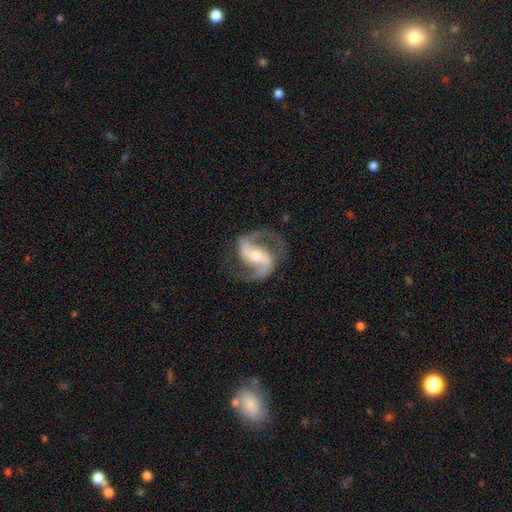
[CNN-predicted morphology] Smooth or featured?
  - featured or disk: 92% *
  - star or artifact: 4%
  - smooth: 4%
Edge-on disk?
  - no: 98% *
  - yes: 2%
Bar?
  - strong: 40% *
  - weak: 34%
  - no: 26%
Spiral arms?
  - yes: 98% *
  - no: 2%
Spiral winding?
  - medium: 58% *
  - loose: 29%
  - tight: 14%
Spiral arm count?
  - 2: 94% *
  - can't tell: 2%
  - 1: 2%
  - 3: 1%
  - 4: 1%
  - more than 4: 1%
Bulge size?
  - moderate: 56% *
  - small: 38%
  - large: 3%
  - none: 1%
  - dominant: 1%
Merging?
  - none: 79% *
  - minor disturbance: 12%
  - major disturbance: 7%
  - merger: 1%